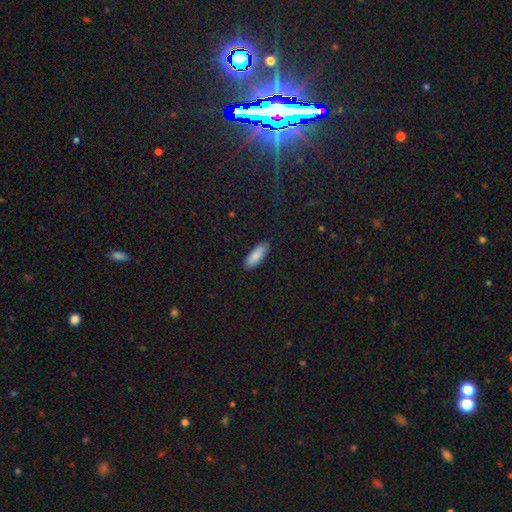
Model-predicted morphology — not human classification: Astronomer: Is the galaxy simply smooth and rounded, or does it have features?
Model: smooth — 87%.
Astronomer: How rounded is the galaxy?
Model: in between — 74%.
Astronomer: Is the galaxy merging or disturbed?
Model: none — 86%.